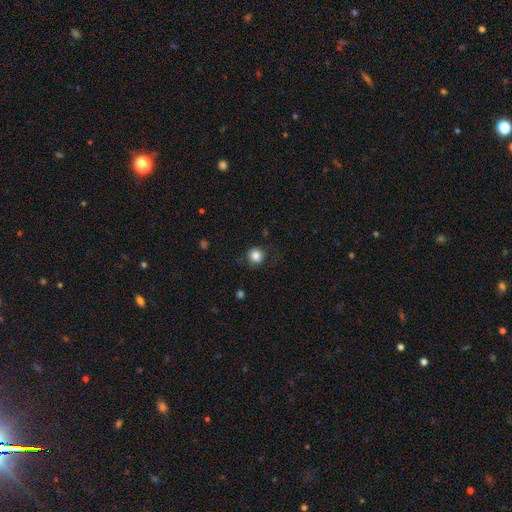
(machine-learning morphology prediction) Smooth or featured?
  - smooth: 85% *
  - star or artifact: 10%
  - featured or disk: 5%
How rounded?
  - round: 90% *
  - in between: 10%
  - cigar-shaped: 1%
Merging?
  - none: 81% *
  - minor disturbance: 13%
  - major disturbance: 5%
  - merger: 1%